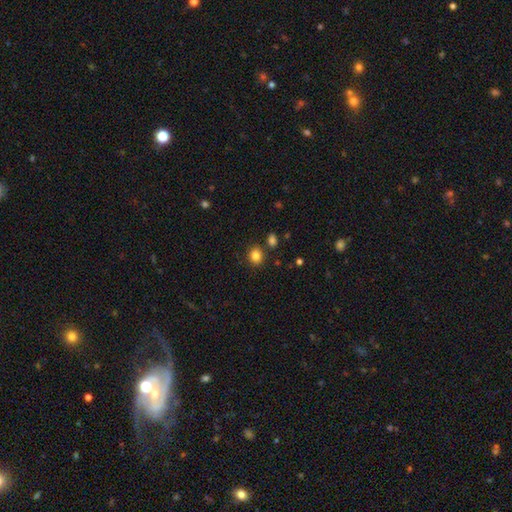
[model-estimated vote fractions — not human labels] A smooth galaxy with no disk features (83%) that is round (67%).

Vote fractions:
- Smooth or featured? smooth: 83% / star or artifact: 12% / featured or disk: 5%
- How rounded? round: 67% / in between: 32% / cigar-shaped: 1%
- Merging? none: 82% / minor disturbance: 9% / merger: 6% / major disturbance: 3%